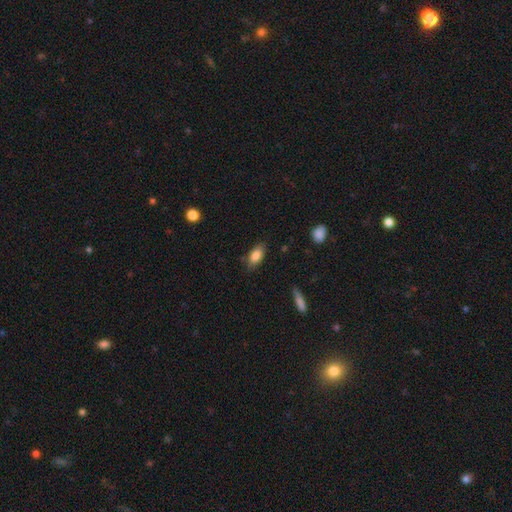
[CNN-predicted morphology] smooth 83%, featured or disk 10%, star or artifact 7%. Down the decision tree: how rounded — in between (88%); merging — none (79%).